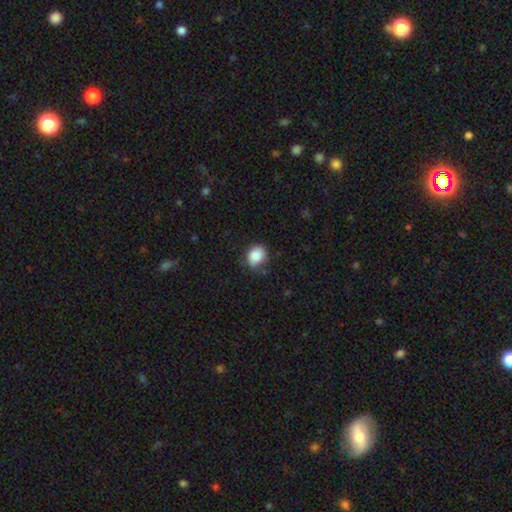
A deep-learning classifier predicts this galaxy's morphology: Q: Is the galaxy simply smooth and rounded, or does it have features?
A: smooth — 87%.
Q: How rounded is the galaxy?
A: round — 60%.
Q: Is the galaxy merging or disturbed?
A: none — 61%.